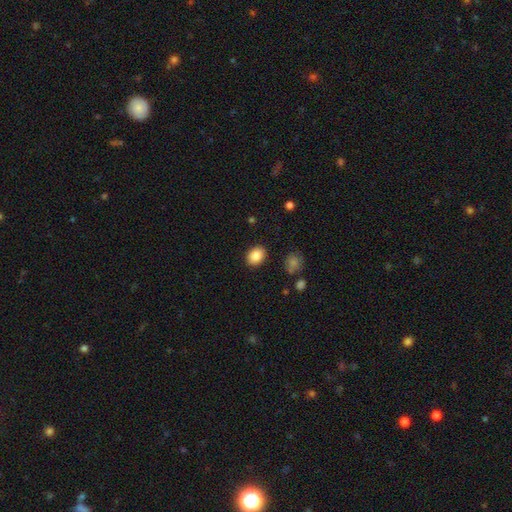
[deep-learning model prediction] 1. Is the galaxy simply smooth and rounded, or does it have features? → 86% smooth, 8% star or artifact, 6% featured or disk.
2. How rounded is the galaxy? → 65% in between, 34% round, 1% cigar-shaped.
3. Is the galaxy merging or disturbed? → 88% none, 8% minor disturbance, 2% major disturbance, 2% merger.